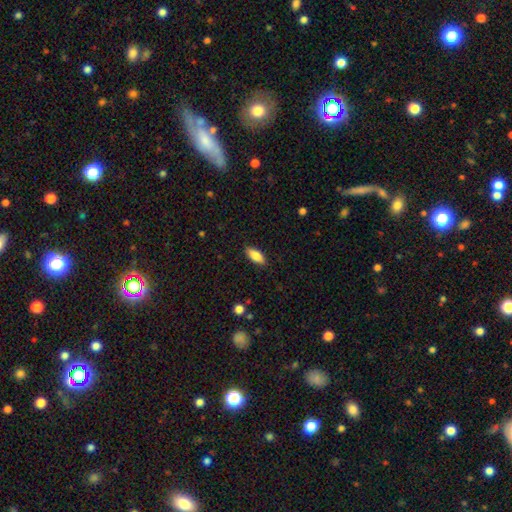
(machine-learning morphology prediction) The model was most divided on "how rounded": in between: 81%, cigar-shaped: 17%, round: 2%. More confident: merging — none (87%); smooth or featured — smooth (84%).